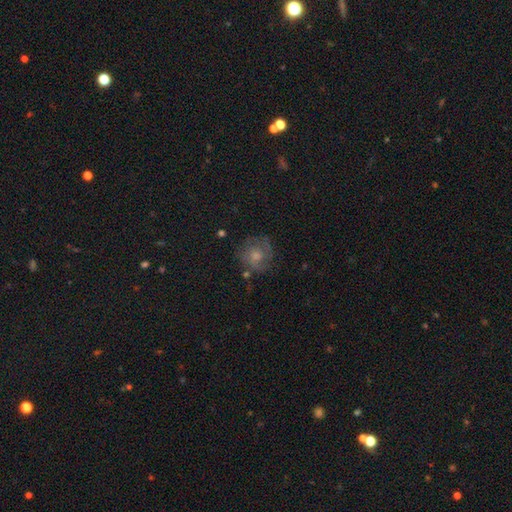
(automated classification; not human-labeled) Morphology: type=smooth (46%); merging=none (67%).